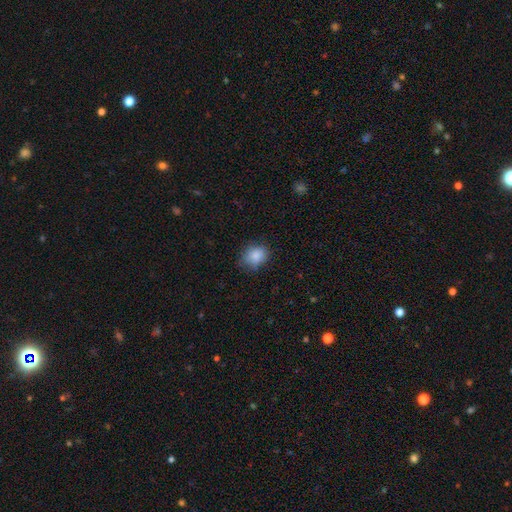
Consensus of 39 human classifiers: Q: Smooth or featured?
A: smooth (100%)
Q: How rounded?
A: in between (59%); runner-up: round (41%)
Q: Merging?
A: none (67%); runner-up: minor disturbance (33%)